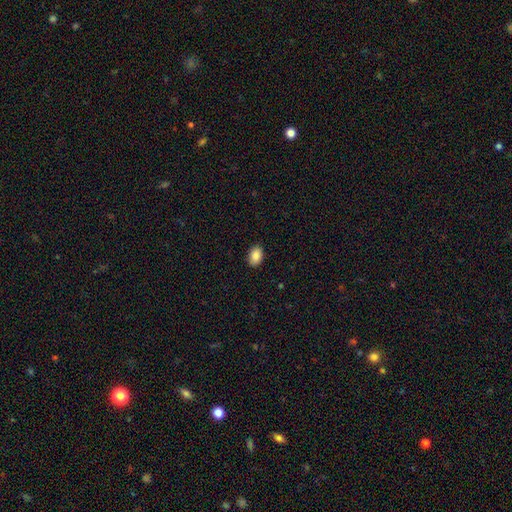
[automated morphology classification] Overall: smooth (87%). How rounded: in between (85%). Merging: none (90%).